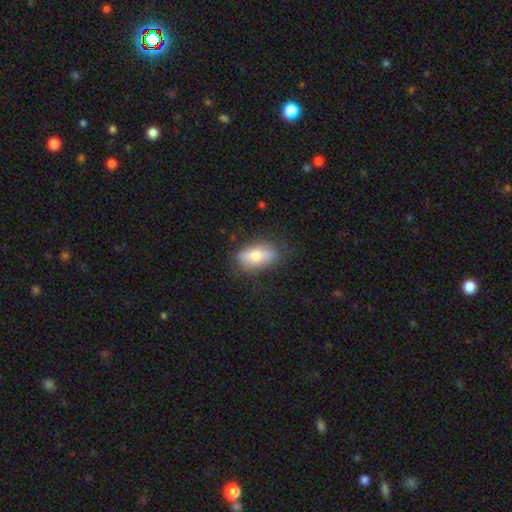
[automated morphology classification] Smooth or featured? smooth (74%)
How rounded? in between (89%)
Merging? none (73%)